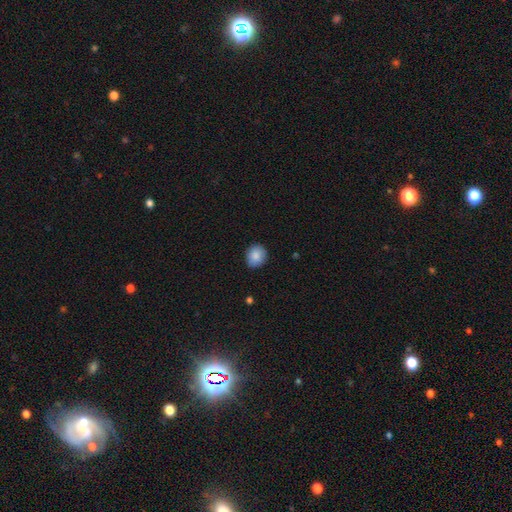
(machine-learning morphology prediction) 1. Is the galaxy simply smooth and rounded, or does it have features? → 86% smooth, 8% star or artifact, 6% featured or disk.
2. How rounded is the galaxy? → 79% round, 20% in between, 1% cigar-shaped.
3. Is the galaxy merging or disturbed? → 86% none, 11% minor disturbance, 2% major disturbance, 1% merger.